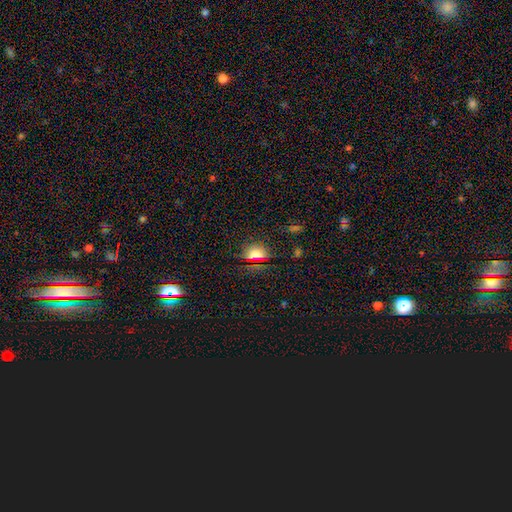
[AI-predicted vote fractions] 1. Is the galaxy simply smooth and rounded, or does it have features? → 69% smooth, 23% star or artifact, 8% featured or disk.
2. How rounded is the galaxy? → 61% in between, 34% round, 5% cigar-shaped.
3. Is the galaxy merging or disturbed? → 78% none, 14% minor disturbance, 5% major disturbance, 2% merger.